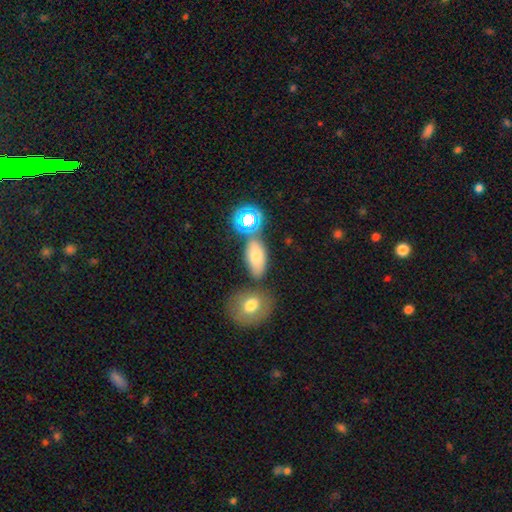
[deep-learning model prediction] Smooth or featured? Predicted: smooth (p=0.68). How rounded? Predicted: in between (p=0.84). Merging? Predicted: none (p=0.67).